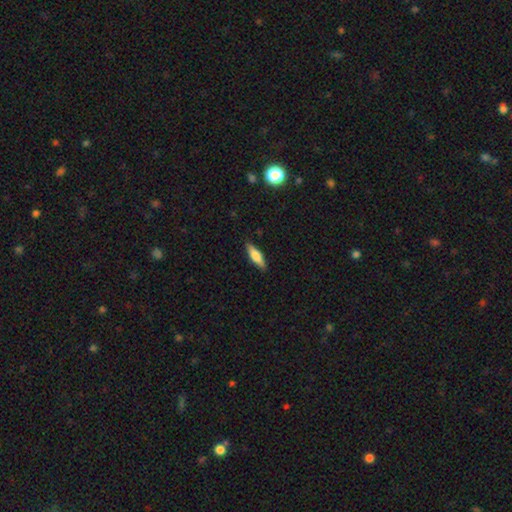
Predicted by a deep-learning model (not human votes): smooth 60%, featured or disk 34%, star or artifact 7%. Down the decision tree: how rounded — cigar-shaped (55%); merging — none (88%).